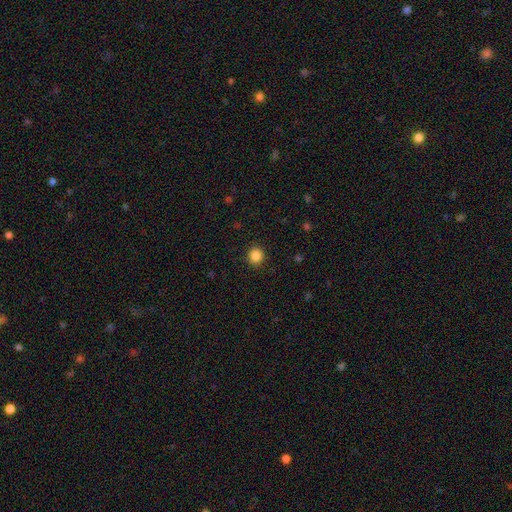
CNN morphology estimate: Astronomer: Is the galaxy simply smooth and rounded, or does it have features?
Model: smooth — 86%.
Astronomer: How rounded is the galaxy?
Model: round — 90%.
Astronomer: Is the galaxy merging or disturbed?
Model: none — 92%.